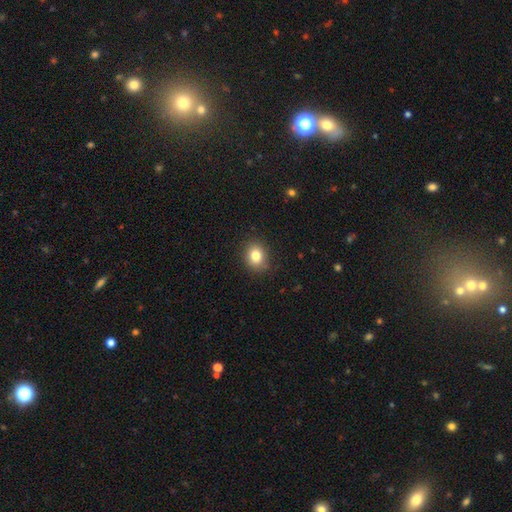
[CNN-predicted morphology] Smooth or featured? smooth (82%)
How rounded? round (62%)
Merging? none (87%)